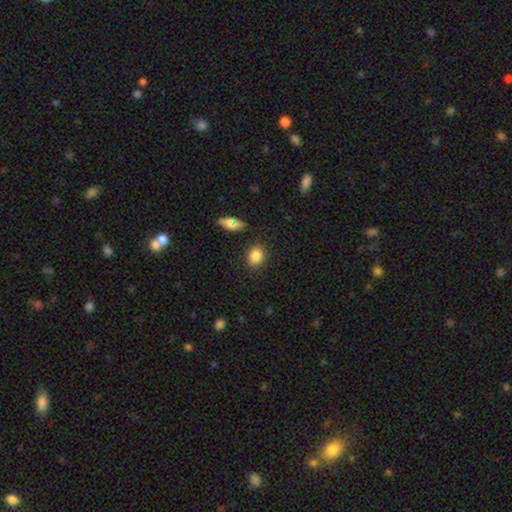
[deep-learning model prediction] smooth_or_featured: smooth (p=0.85) [alt: star or artifact p=0.09]
how_rounded: round (p=0.51) [alt: in between p=0.48]
merging: none (p=0.86) [alt: minor disturbance p=0.09]